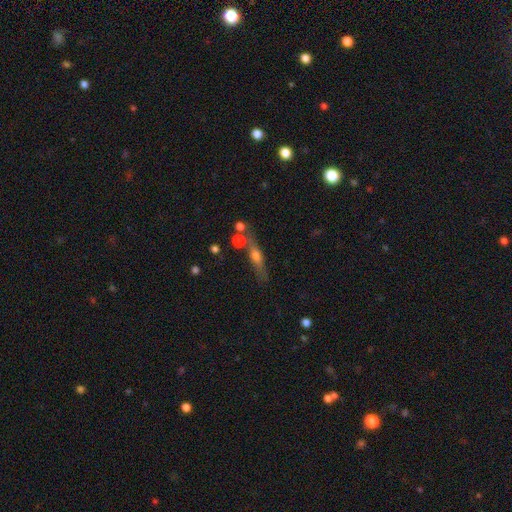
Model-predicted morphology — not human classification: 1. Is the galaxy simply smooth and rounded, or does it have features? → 47% featured or disk, 42% smooth, 10% star or artifact.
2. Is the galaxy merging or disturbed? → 64% none, 15% merger, 15% minor disturbance, 6% major disturbance.